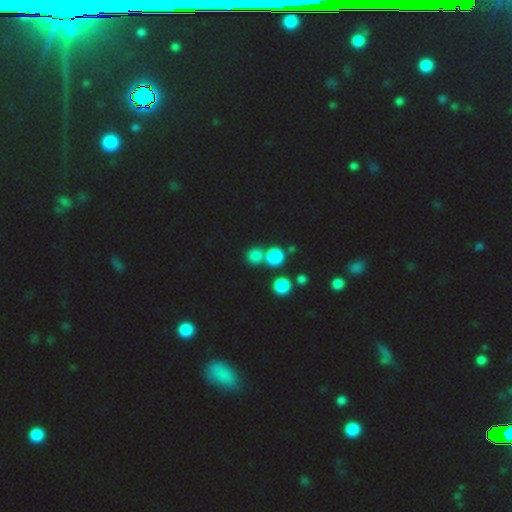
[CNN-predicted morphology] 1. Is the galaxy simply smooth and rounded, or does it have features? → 74% smooth, 21% star or artifact, 5% featured or disk.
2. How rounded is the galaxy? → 87% round, 11% in between, 1% cigar-shaped.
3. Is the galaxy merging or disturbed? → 60% none, 30% merger, 7% minor disturbance, 3% major disturbance.